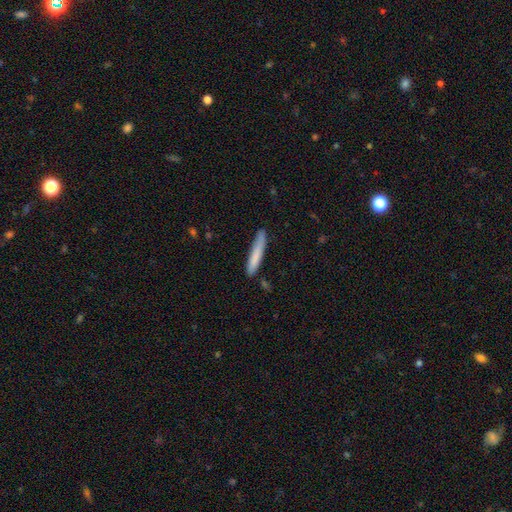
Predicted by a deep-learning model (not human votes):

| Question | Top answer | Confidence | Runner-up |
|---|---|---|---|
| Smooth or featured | smooth | 80% | featured or disk (15%) |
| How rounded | cigar-shaped | 94% | in between (5%) |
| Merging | none | 81% | minor disturbance (14%) |